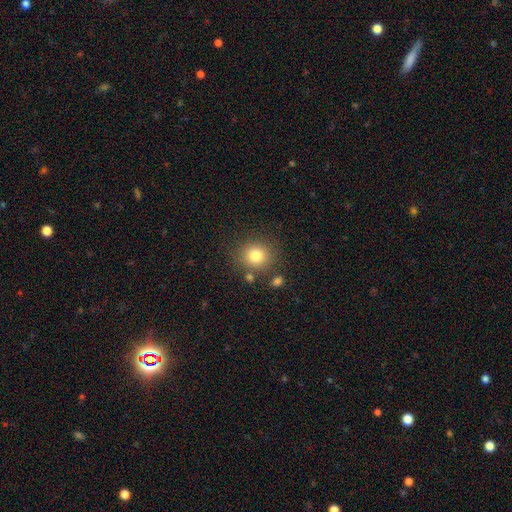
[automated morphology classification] This appears to be a smooth galaxy with no disk features (80%) that is round (85%). Merging: none (81%).